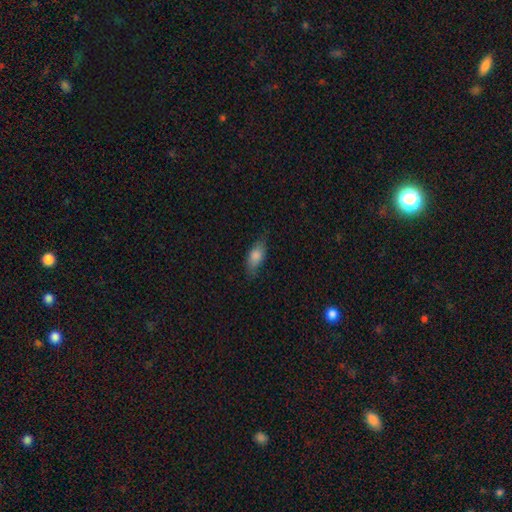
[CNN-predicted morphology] Overall: smooth (80%). How rounded: in between (84%). Merging: none (73%).